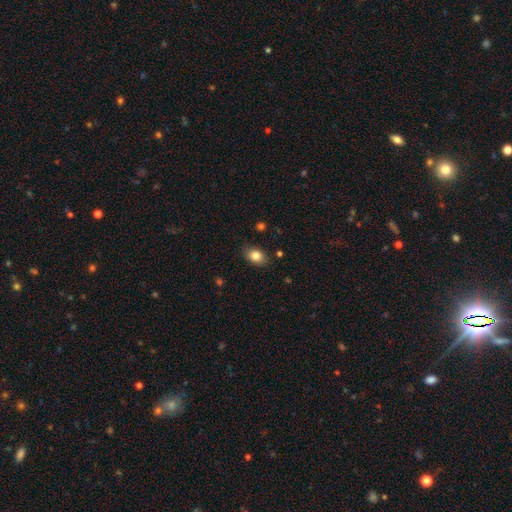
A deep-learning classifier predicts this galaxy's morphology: This is clearly a smooth galaxy (84%). How rounded: likely in between (76%). Merging: clearly none (85%).